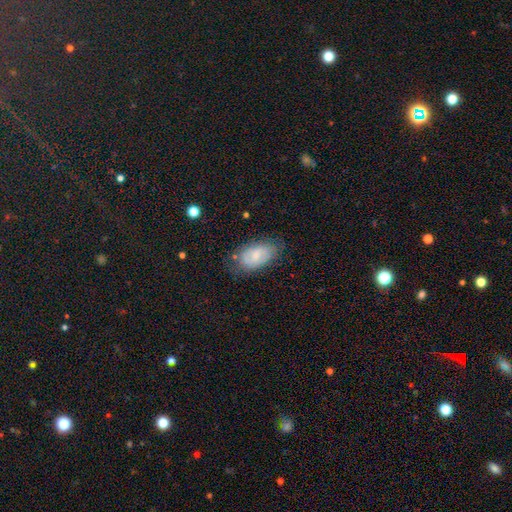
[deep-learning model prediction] Smooth or featured: smooth — 59% (featured or disk — 32%)
How rounded: in between — 93% (round — 5%)
Merging: none — 69% (minor disturbance — 23%)